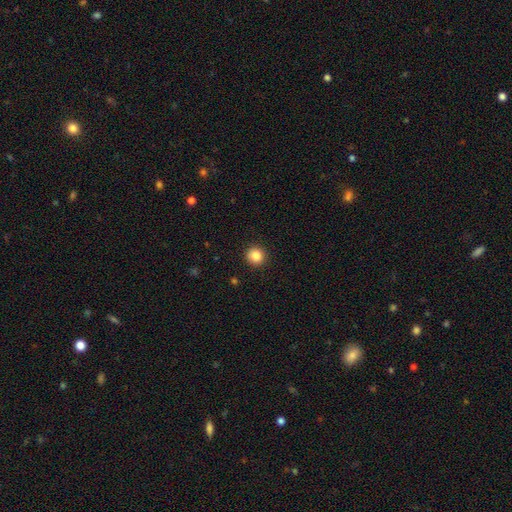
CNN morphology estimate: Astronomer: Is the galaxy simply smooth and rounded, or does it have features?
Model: smooth — 85%.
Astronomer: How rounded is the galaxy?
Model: round — 94%.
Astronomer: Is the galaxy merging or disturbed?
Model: none — 92%.